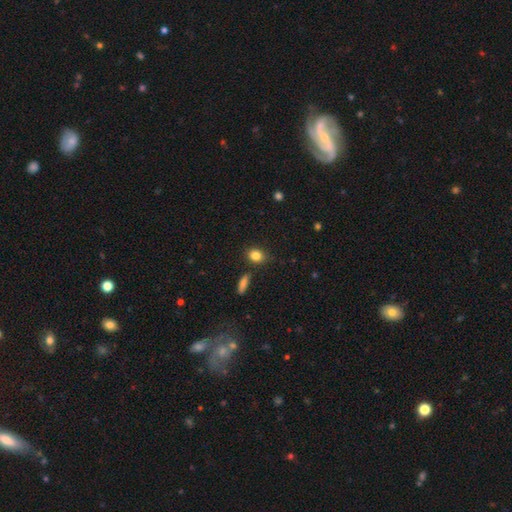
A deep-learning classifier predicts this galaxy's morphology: Q: Smooth or featured?
A: smooth (84%); runner-up: star or artifact (10%)
Q: How rounded?
A: round (52%); runner-up: in between (45%)
Q: Merging?
A: none (78%); runner-up: minor disturbance (14%)